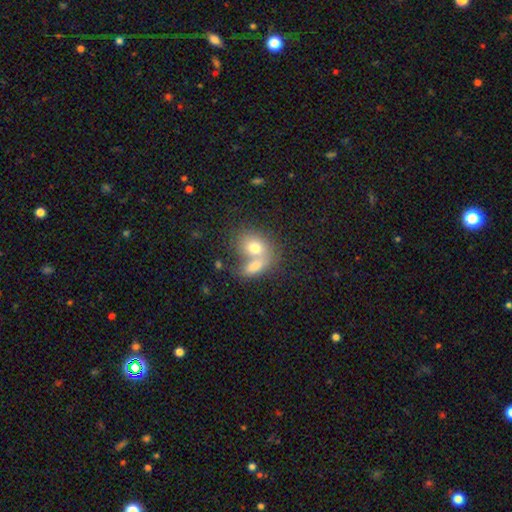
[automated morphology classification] type=smooth (69%); roundness=in between (57%); merging=merger (64%).